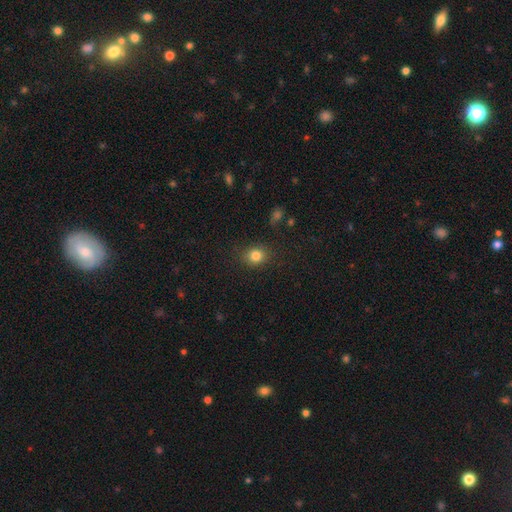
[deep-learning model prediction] Smooth or featured? Predicted: smooth (p=0.82). How rounded? Predicted: round (p=0.67). Merging? Predicted: none (p=0.85).